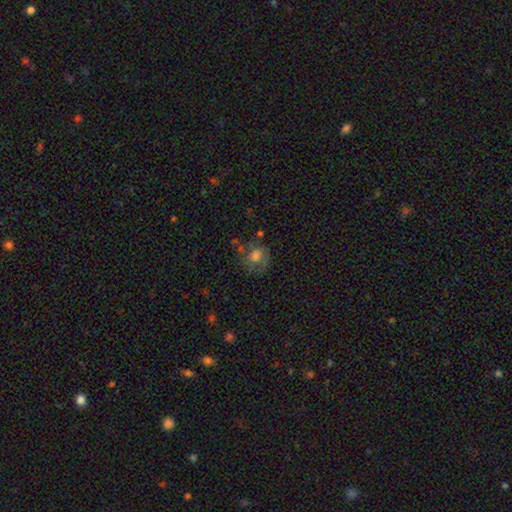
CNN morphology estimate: Smooth or featured? Predicted: smooth (p=0.61). How rounded? Predicted: round (p=0.71). Merging? Predicted: none (p=0.50).